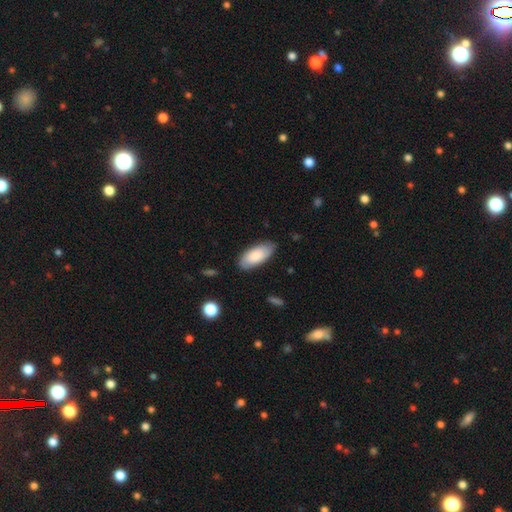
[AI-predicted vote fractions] Smooth or featured? smooth (76%)
How rounded? in between (89%)
Merging? none (82%)